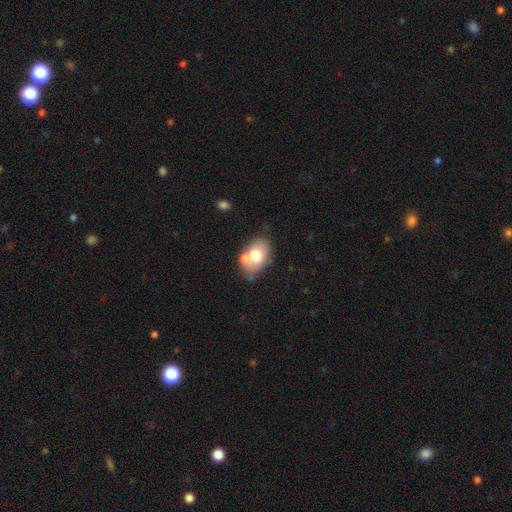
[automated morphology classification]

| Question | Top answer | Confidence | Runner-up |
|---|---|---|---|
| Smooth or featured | smooth | 66% | featured or disk (25%) |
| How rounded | in between | 82% | round (16%) |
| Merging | none | 52% | merger (30%) |